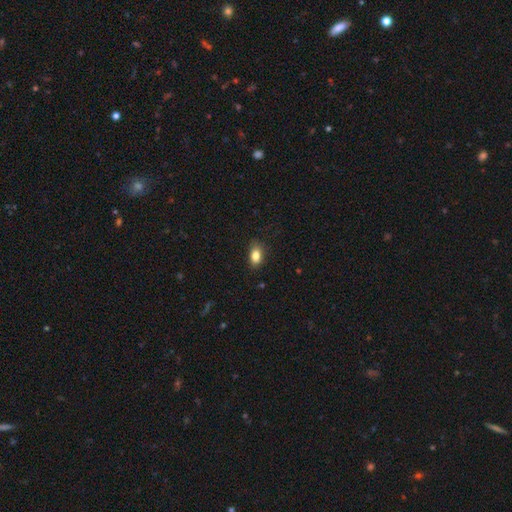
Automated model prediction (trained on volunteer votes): Smooth or featured? Predicted: smooth (p=0.84). How rounded? Predicted: in between (p=0.86). Merging? Predicted: none (p=0.81).